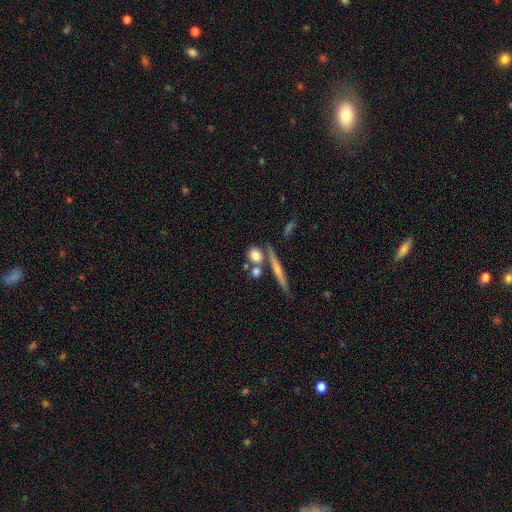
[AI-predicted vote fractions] This appears to be a smooth galaxy with no disk features (75%) that is round (60%). Merging: none (59%).